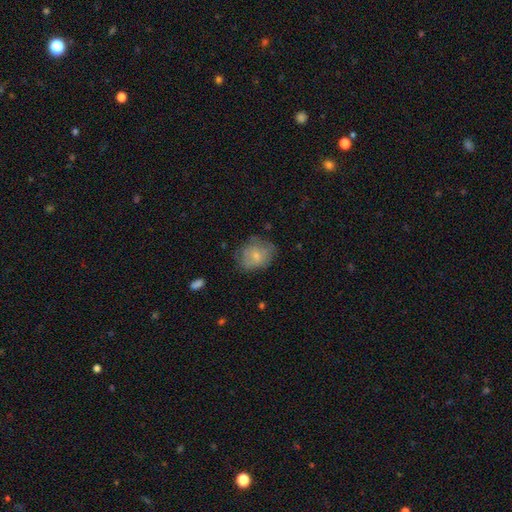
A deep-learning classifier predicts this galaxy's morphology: Smooth or featured? smooth (63%)
How rounded? round (50%)
Merging? none (59%)